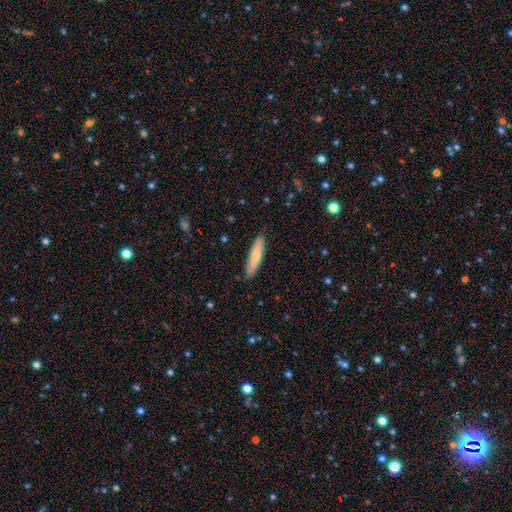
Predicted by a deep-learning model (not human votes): Smooth or featured?
  - smooth: 72% *
  - featured or disk: 23%
  - star or artifact: 5%
How rounded?
  - cigar-shaped: 83% *
  - in between: 16%
  - round: 1%
Merging?
  - none: 88% *
  - minor disturbance: 10%
  - major disturbance: 2%
  - merger: 1%